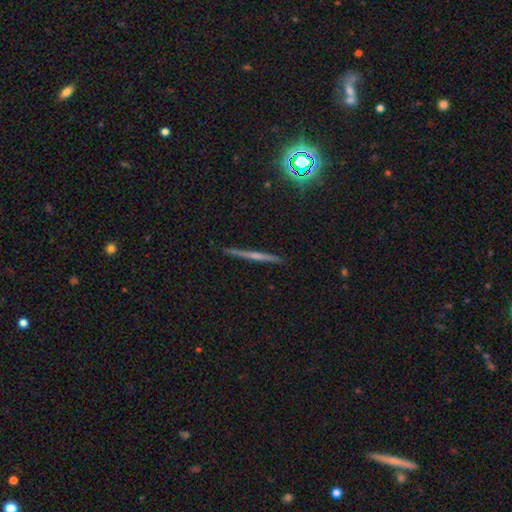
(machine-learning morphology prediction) Overall: featured or disk (55%; smooth 25%). Edge-on disk: yes (94%). Edge-on bulge: none (45%, tied with rounded). Merging: none (88%).